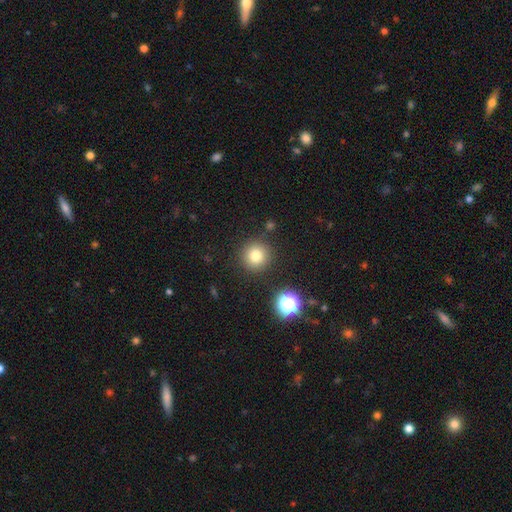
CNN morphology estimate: This appears to be a smooth galaxy with no disk features (78%) that is round (95%). Merging: none (88%).